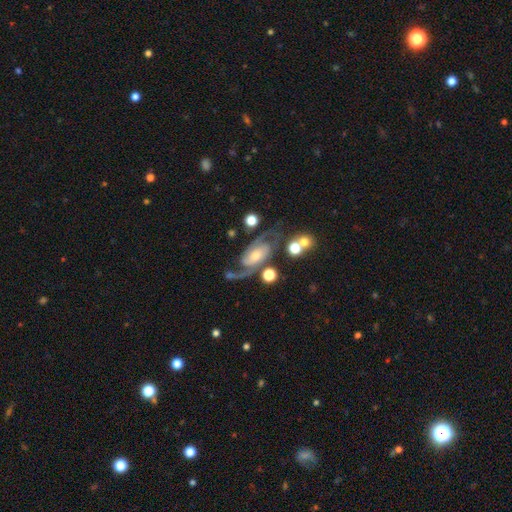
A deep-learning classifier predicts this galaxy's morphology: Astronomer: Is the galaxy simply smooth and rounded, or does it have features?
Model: featured or disk — 89%.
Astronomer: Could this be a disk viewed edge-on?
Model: no — 97%.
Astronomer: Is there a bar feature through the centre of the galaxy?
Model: no — 50% (runner-up: weak, 35%).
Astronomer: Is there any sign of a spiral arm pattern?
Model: yes — 98%.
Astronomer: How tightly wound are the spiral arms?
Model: medium — 52%.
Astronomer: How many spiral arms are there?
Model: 2 — 90%.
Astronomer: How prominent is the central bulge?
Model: small — 45% (runner-up: moderate, 40%).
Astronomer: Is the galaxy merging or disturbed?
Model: none — 64%.